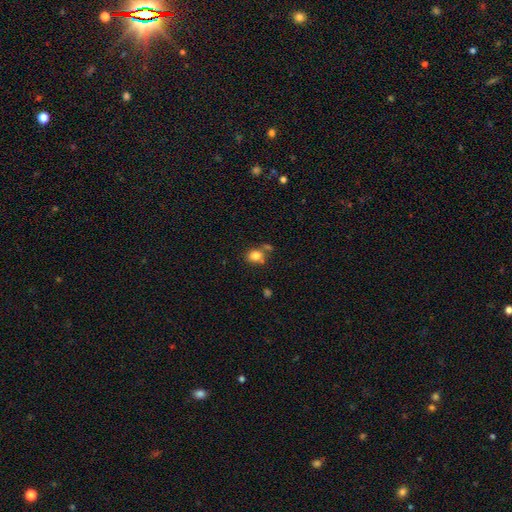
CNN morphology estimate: The model was most divided on "how rounded": round: 62%, in between: 37%, cigar-shaped: 1%. More confident: smooth or featured — smooth (81%); merging — none (59%).